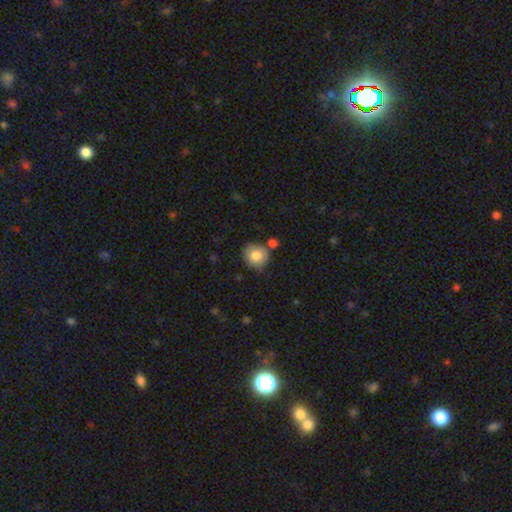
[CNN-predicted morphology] Q: Smooth or featured?
A: smooth (82%); runner-up: featured or disk (10%)
Q: How rounded?
A: round (87%); runner-up: in between (12%)
Q: Merging?
A: none (74%); runner-up: minor disturbance (13%)